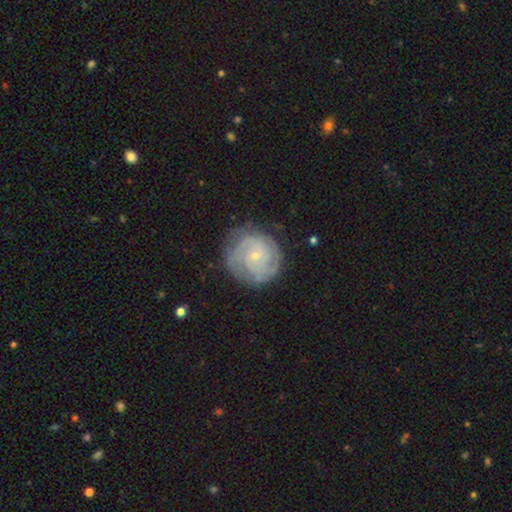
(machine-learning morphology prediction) Q: Smooth or featured?
A: featured or disk (77%); runner-up: smooth (17%)
Q: Edge-on disk?
A: no (98%); runner-up: yes (2%)
Q: Bar?
A: no (74%); runner-up: weak (22%)
Q: Spiral arms?
A: yes (92%); runner-up: no (8%)
Q: Spiral winding?
A: tight (71%); runner-up: medium (24%)
Q: Spiral arm count?
A: can't tell (33%); runner-up: 2 (29%)
Q: Bulge size?
A: small (84%); runner-up: moderate (12%)
Q: Merging?
A: none (77%); runner-up: minor disturbance (16%)